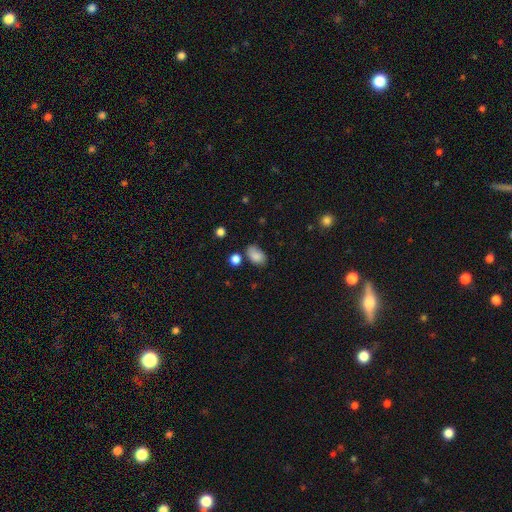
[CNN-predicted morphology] A smooth galaxy with no disk features (84%) that is in between round and cigar-shaped (87%).

Vote fractions:
- Smooth or featured? smooth: 84% / star or artifact: 9% / featured or disk: 7%
- How rounded? in between: 87% / round: 12% / cigar-shaped: 1%
- Merging? none: 59% / minor disturbance: 26% / merger: 7% / major disturbance: 7%